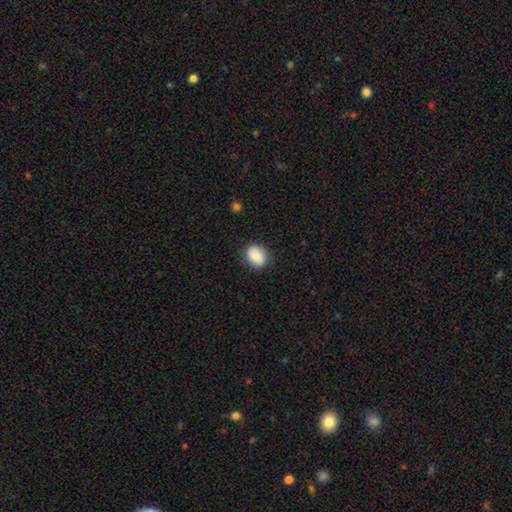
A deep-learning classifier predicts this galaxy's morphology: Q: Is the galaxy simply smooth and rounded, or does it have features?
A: smooth — 86%.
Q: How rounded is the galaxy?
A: in between — 53%.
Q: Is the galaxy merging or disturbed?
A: none — 83%.